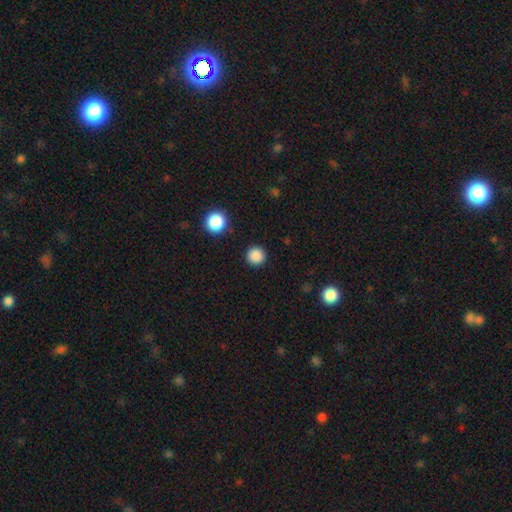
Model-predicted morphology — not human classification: smooth_or_featured: smooth (p=0.86) [alt: star or artifact p=0.11]
how_rounded: round (p=0.96) [alt: in between p=0.03]
merging: none (p=0.91) [alt: minor disturbance p=0.05]